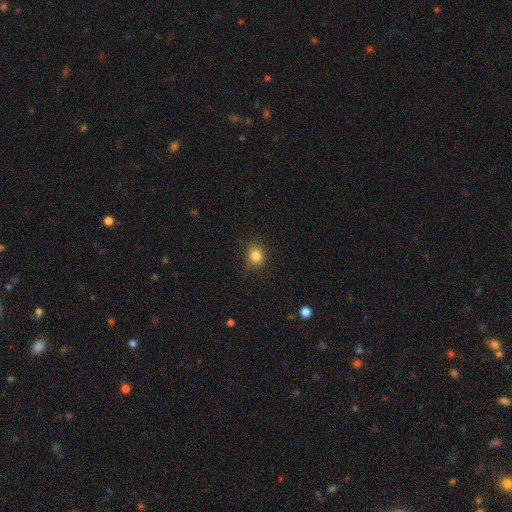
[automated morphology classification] type=smooth (84%); roundness=round (73%); merging=none (80%).